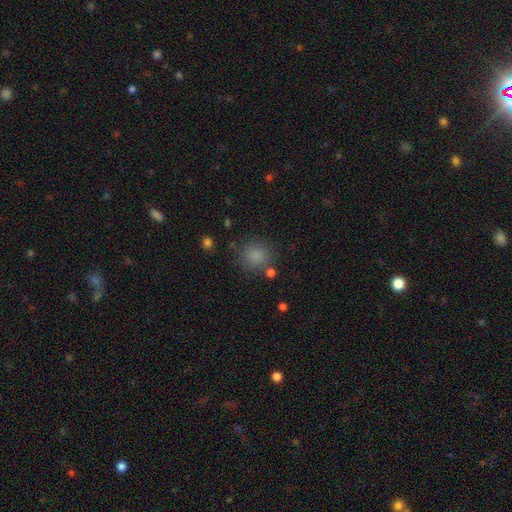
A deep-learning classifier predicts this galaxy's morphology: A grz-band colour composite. It shows a smooth galaxy with no disk features (83%) that is round (87%). Merging: none (79%).